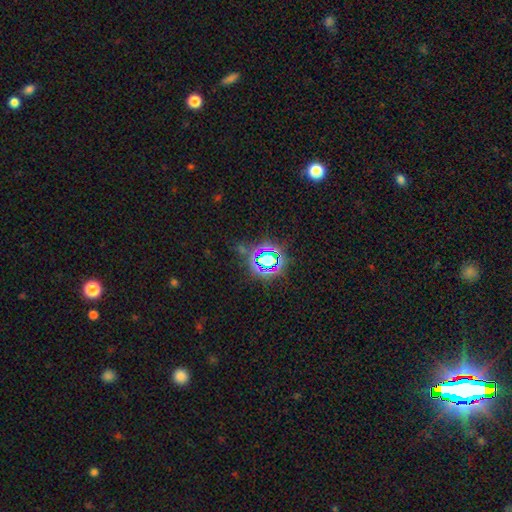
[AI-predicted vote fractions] Morphology: type=star or artifact (74%).